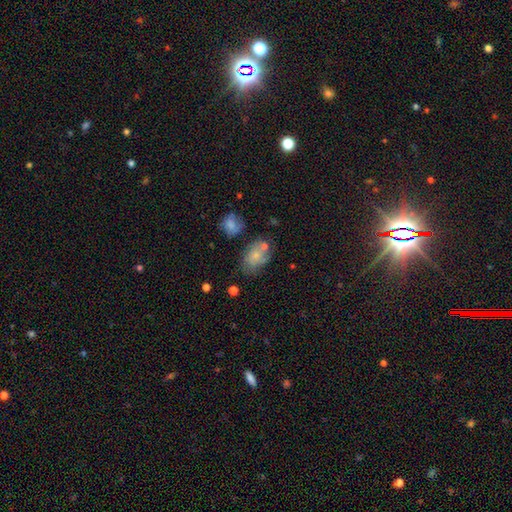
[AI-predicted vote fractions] The model was most divided on "merging": none: 46%, minor disturbance: 25%, merger: 17%, major disturbance: 12%. More confident: how rounded — in between (79%); smooth or featured — smooth (65%).